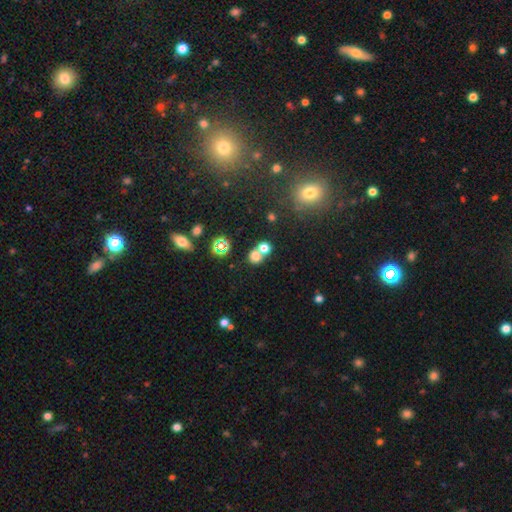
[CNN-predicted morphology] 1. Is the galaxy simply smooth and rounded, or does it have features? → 68% smooth, 21% star or artifact, 10% featured or disk.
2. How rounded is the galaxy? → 76% round, 22% in between, 1% cigar-shaped.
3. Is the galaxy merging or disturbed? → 46% merger, 43% none, 7% minor disturbance, 4% major disturbance.